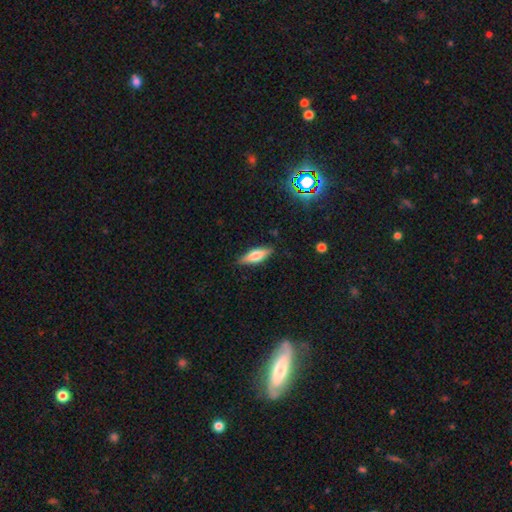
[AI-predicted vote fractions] Smooth or featured?
  - smooth: 60% *
  - featured or disk: 32%
  - star or artifact: 7%
How rounded?
  - in between: 51% *
  - cigar-shaped: 47%
  - round: 2%
Merging?
  - none: 86% *
  - minor disturbance: 10%
  - major disturbance: 2%
  - merger: 1%